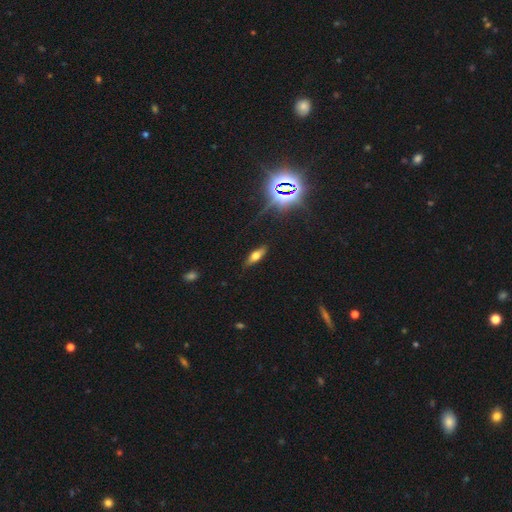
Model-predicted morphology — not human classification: This appears to be a smooth galaxy with no disk features (55%) that is in between round and cigar-shaped (60%). Merging: none (85%).